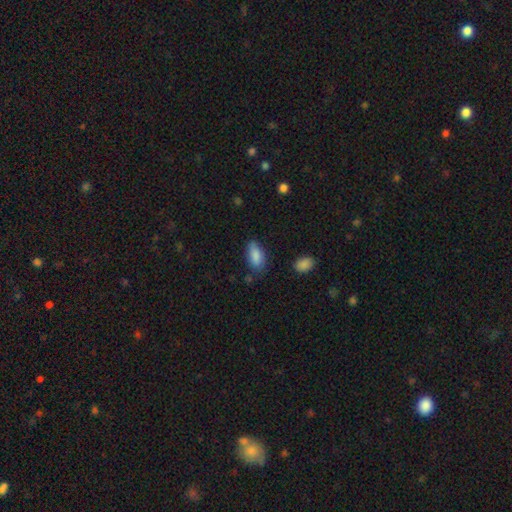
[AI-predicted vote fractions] Smooth or featured?
  - smooth: 85% *
  - featured or disk: 8%
  - star or artifact: 7%
How rounded?
  - in between: 87% *
  - cigar-shaped: 10%
  - round: 3%
Merging?
  - none: 68% *
  - minor disturbance: 25%
  - major disturbance: 5%
  - merger: 3%